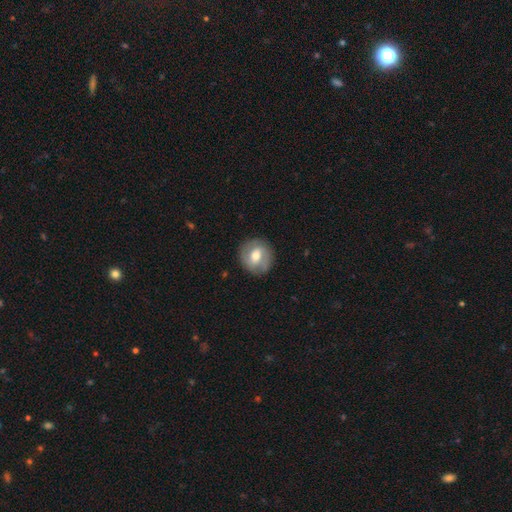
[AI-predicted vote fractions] smooth_or_featured: featured or disk (p=0.54) [alt: smooth p=0.40]
disk_edge_on: no (p=0.96) [alt: yes p=0.04]
bar: weak (p=0.48) [alt: no p=0.32]
has_spiral_arms: yes (p=0.67) [alt: no p=0.33]
bulge_size: moderate (p=0.71) [alt: small p=0.17]
merging: none (p=0.85) [alt: minor disturbance p=0.10]